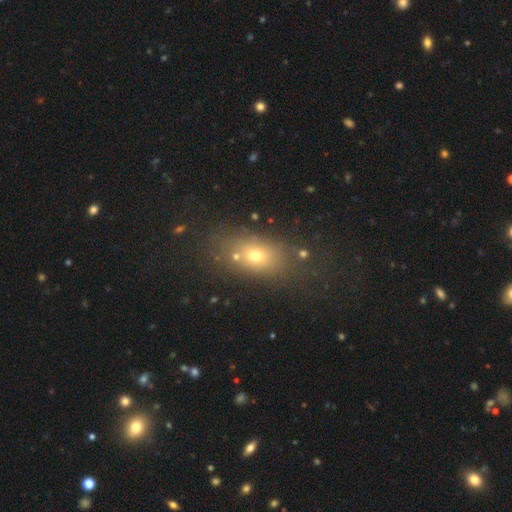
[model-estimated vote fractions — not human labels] Smooth or featured: smooth — 66% (star or artifact — 18%)
How rounded: in between — 71% (round — 25%)
Merging: none — 73% (minor disturbance — 13%)